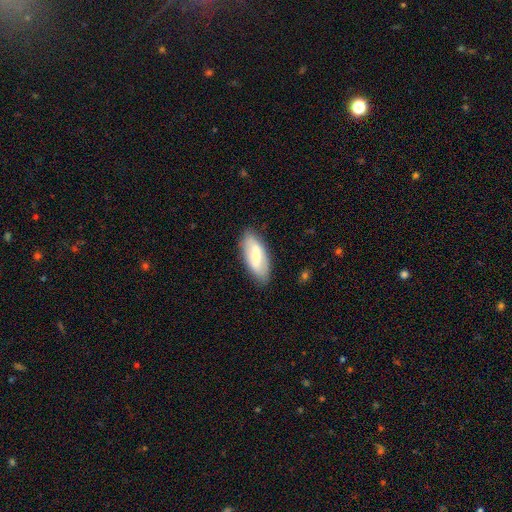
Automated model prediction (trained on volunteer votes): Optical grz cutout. It shows a smooth galaxy with no disk features (57%) that is in between round and cigar-shaped (82%). Merging: none (82%).